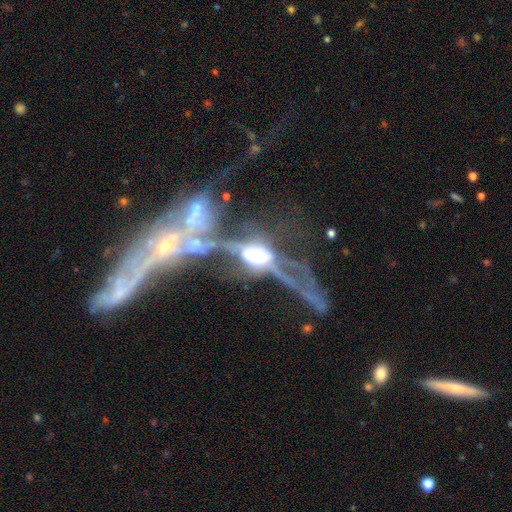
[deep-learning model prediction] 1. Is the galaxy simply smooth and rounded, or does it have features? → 70% featured or disk, 17% smooth, 13% star or artifact.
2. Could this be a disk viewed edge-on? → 59% no, 41% yes.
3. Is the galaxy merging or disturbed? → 44% merger, 32% major disturbance, 15% none, 8% minor disturbance.